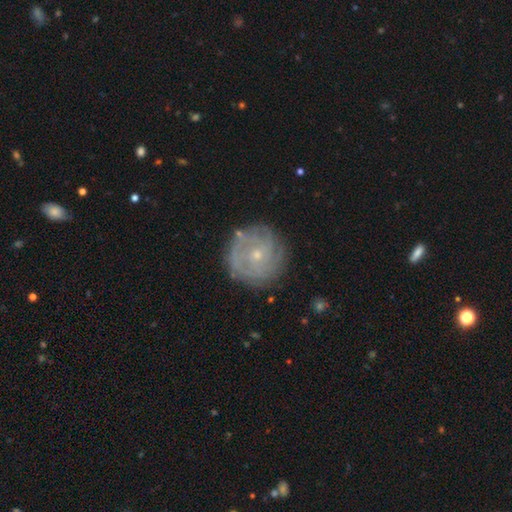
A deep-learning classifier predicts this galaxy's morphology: type=featured or disk (69%); edge-on=no (97%); bar=no (79%); spiral arms=yes (81%); winding=tight (72%); arm count=can't tell (49%); bulge=small (75%); merging=none (81%).